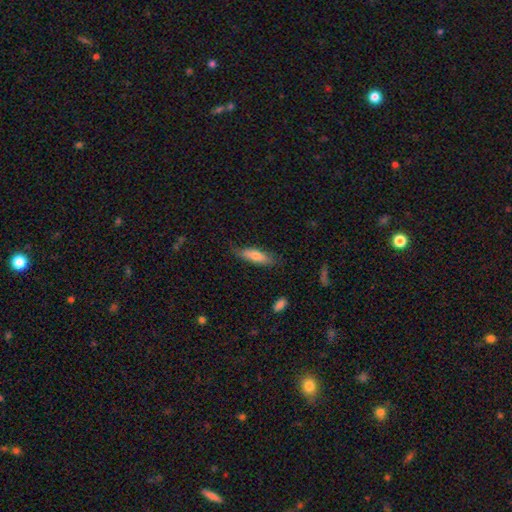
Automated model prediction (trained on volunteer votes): Q: Smooth or featured?
A: smooth (73%); runner-up: featured or disk (21%)
Q: How rounded?
A: cigar-shaped (57%); runner-up: in between (41%)
Q: Merging?
A: none (74%); runner-up: minor disturbance (20%)